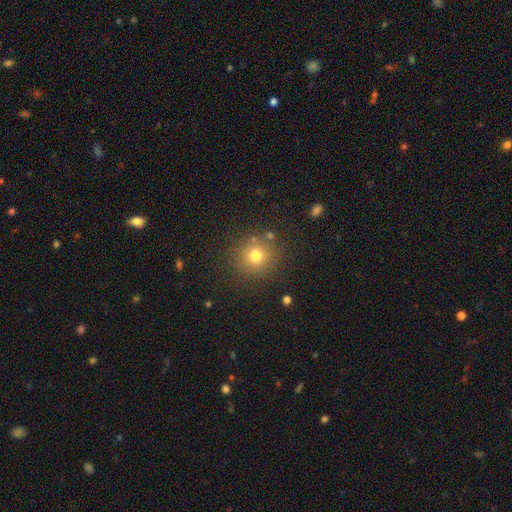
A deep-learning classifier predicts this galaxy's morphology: smooth-or-featured: smooth: 74% | star or artifact: 17% | featured or disk: 9%
  how-rounded: round: 91% | in between: 8% | cigar-shaped: 1%
  merging: none: 84% | minor disturbance: 8% | merger: 4% | major disturbance: 3%